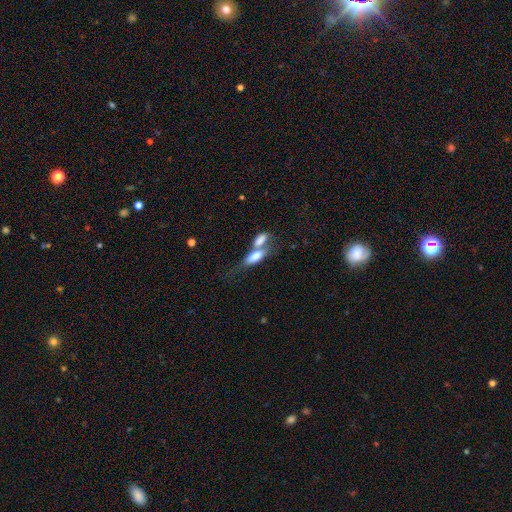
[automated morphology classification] A smooth galaxy with no disk features (70%) that is in between round and cigar-shaped (70%). Merging: merger (62%).